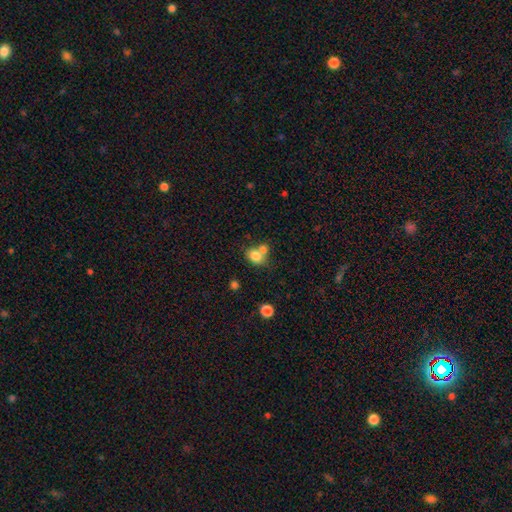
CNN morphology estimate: This is likely a smooth galaxy (79%). How rounded: possibly in between (55%). Merging: possibly merger (45%).